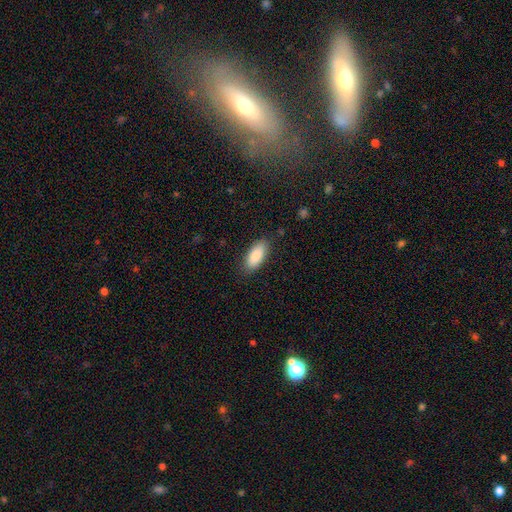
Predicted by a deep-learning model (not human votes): The model was most divided on "merging": none: 85%, minor disturbance: 11%, major disturbance: 3%, merger: 1%. More confident: smooth or featured — smooth (87%); how rounded — in between (87%).